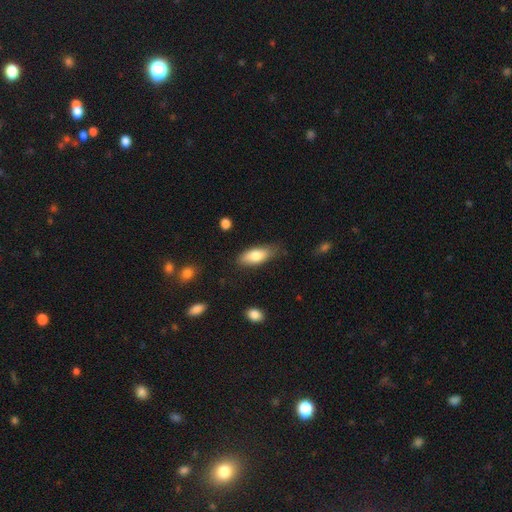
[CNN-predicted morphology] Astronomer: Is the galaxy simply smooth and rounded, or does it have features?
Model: smooth — 79%.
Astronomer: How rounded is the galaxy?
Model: in between — 79%.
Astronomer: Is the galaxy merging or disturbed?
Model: none — 72%.